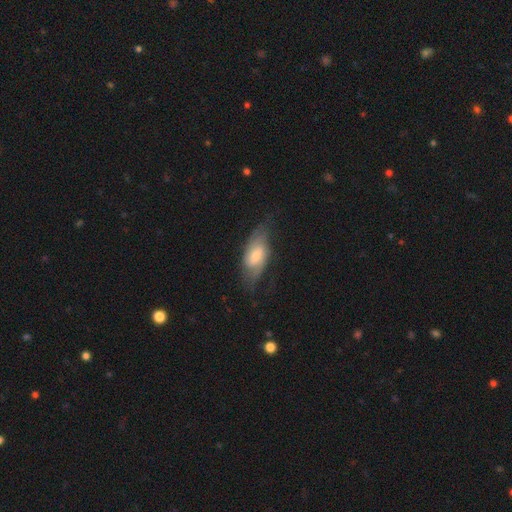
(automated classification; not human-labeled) Smooth or featured?
  - featured or disk: 59% *
  - smooth: 34%
  - star or artifact: 7%
Edge-on disk?
  - no: 88% *
  - yes: 12%
Bar?
  - no: 48% *
  - weak: 42%
  - strong: 10%
Spiral arms?
  - yes: 84% *
  - no: 16%
Bulge size?
  - moderate: 45% *
  - small: 38%
  - large: 9%
  - none: 6%
  - dominant: 2%
Merging?
  - none: 61% *
  - minor disturbance: 24%
  - major disturbance: 13%
  - merger: 2%